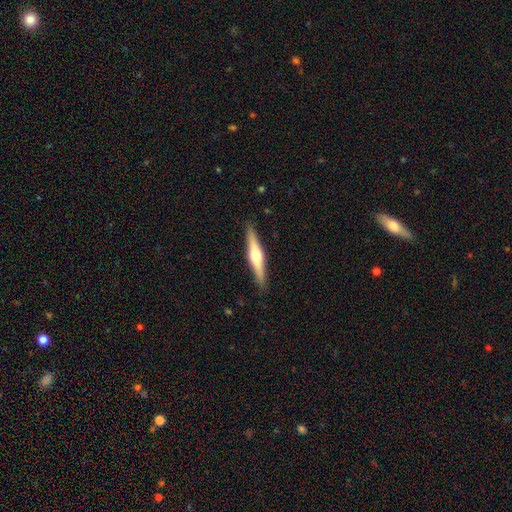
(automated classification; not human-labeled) This appears to be a featured or disk galaxy (63%) viewed edge-on (97%) with a rounded central bulge (91%). Merging: none (89%).